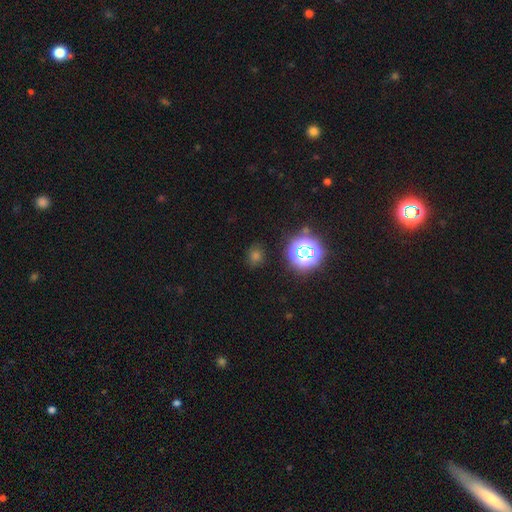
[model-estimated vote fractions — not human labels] Overall: smooth (50%; star or artifact 43%). Merging: none (84%).